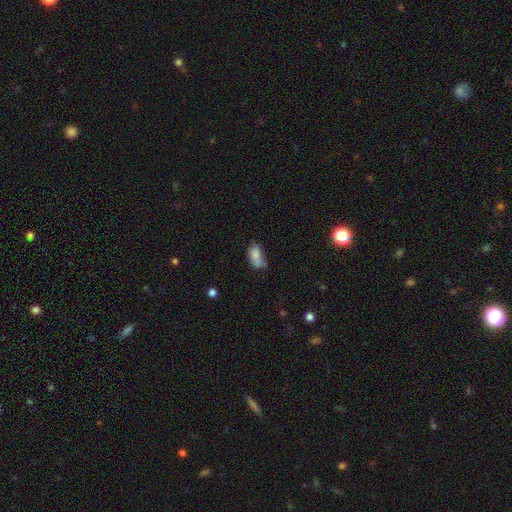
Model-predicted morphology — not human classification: A smooth galaxy with no disk features (75%) that is in between round and cigar-shaped (88%).

Vote fractions:
- Smooth or featured? smooth: 75% / featured or disk: 14% / star or artifact: 10%
- How rounded? in between: 88% / round: 7% / cigar-shaped: 5%
- Merging? none: 34% / minor disturbance: 29% / merger: 20% / major disturbance: 16%